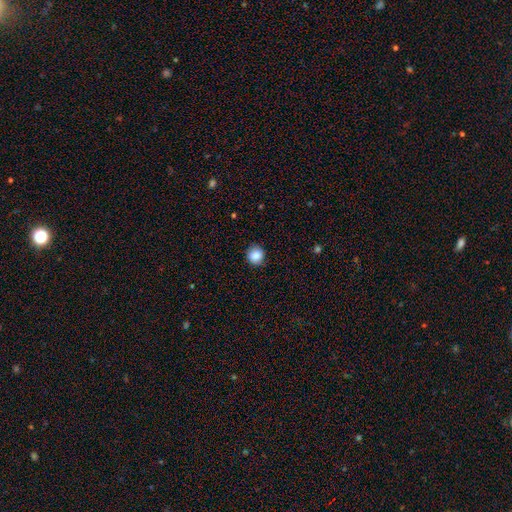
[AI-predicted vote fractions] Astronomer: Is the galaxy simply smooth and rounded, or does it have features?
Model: smooth — 86%.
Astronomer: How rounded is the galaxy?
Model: round — 88%.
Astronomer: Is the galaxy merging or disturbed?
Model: none — 86%.